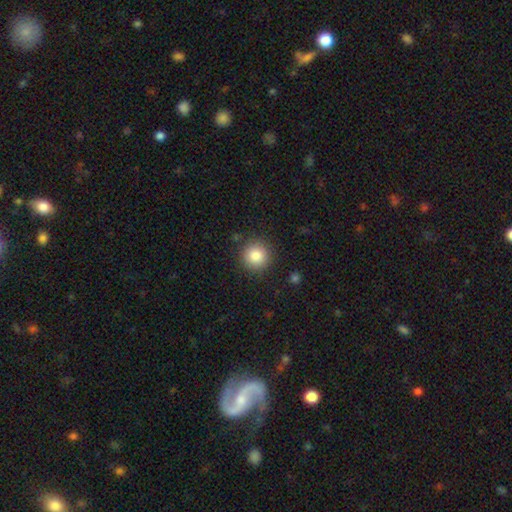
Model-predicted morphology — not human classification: Smooth or featured: smooth — 84% (star or artifact — 10%)
How rounded: round — 95% (in between — 4%)
Merging: none — 89% (minor disturbance — 7%)